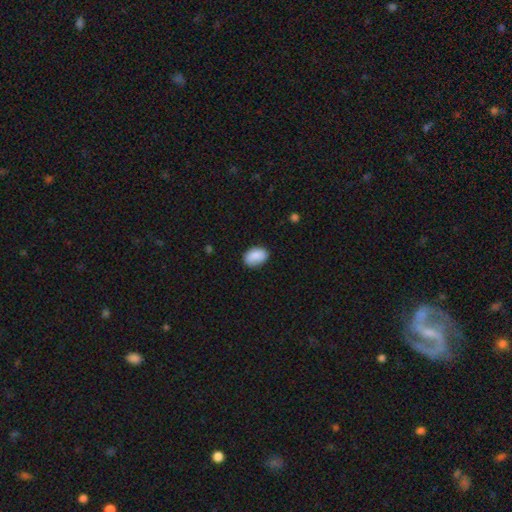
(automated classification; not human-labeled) This is clearly a smooth galaxy (85%). How rounded: clearly in between (81%). Merging: likely none (77%).